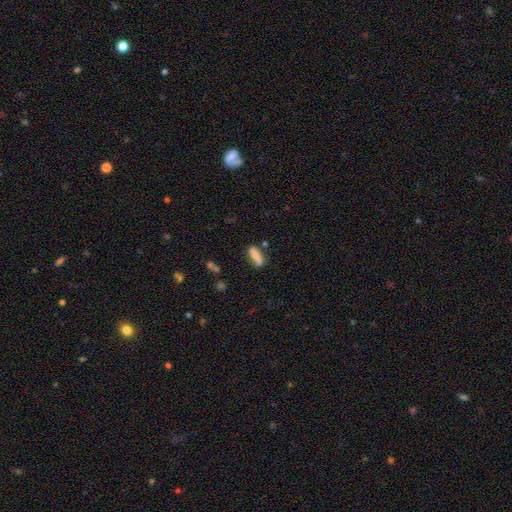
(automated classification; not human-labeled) Morphology: type=smooth (66%); roundness=in between (70%); merging=none (53%).